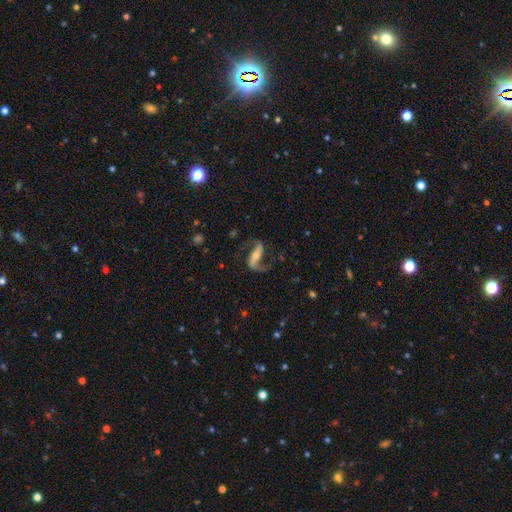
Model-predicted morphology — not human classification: Smooth or featured? featured or disk (84%)
Edge-on disk? no (91%)
Bar? strong (58%)
Spiral arms? yes (95%)
Spiral winding? loose (68%)
Spiral arm count? 2 (89%)
Bulge size? small (47%)
Merging? none (70%)